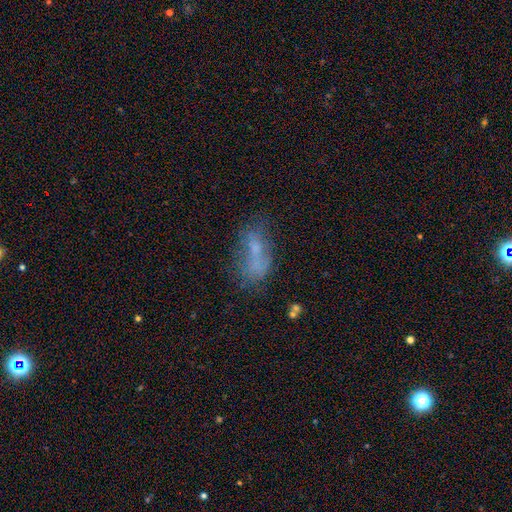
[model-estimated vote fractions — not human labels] Smooth or featured?
  - smooth: 52% *
  - featured or disk: 33%
  - star or artifact: 16%
How rounded?
  - in between: 77% *
  - cigar-shaped: 17%
  - round: 6%
Merging?
  - none: 43% *
  - minor disturbance: 23%
  - major disturbance: 19%
  - merger: 15%